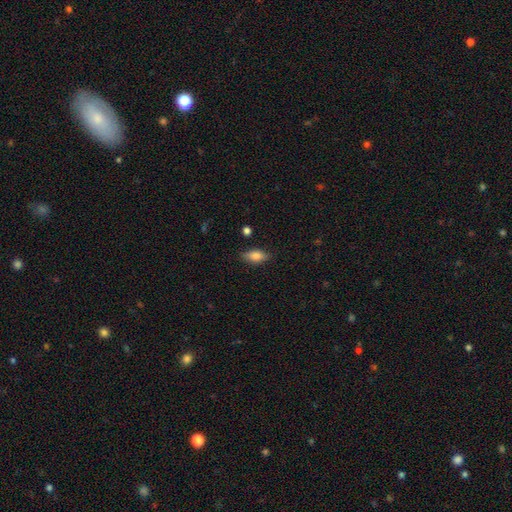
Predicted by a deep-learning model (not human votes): smooth_or_featured: smooth (p=0.80) [alt: featured or disk p=0.13]
how_rounded: in between (p=0.84) [alt: cigar-shaped p=0.13]
merging: none (p=0.83) [alt: minor disturbance p=0.13]